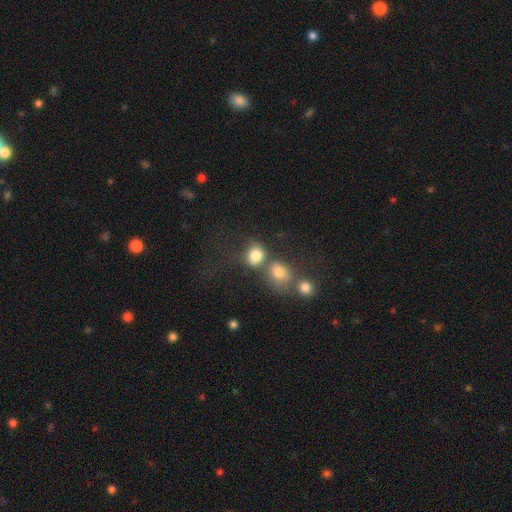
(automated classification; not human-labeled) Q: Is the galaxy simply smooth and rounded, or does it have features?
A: smooth — 81%.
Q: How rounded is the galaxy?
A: round — 68%.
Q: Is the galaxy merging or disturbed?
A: none — 45%.